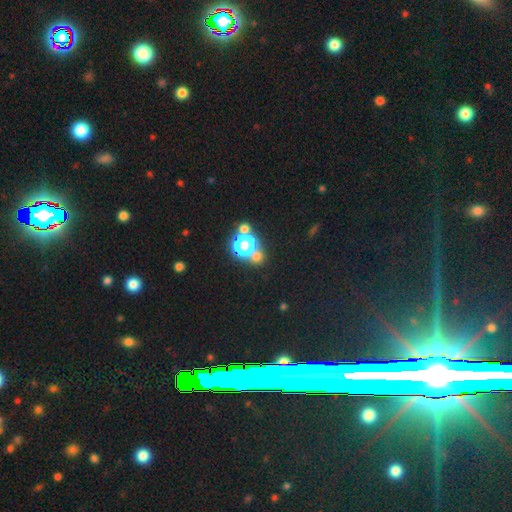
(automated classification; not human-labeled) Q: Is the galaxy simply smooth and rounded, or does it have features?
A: smooth — 49%.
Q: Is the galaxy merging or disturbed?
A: none — 58%.